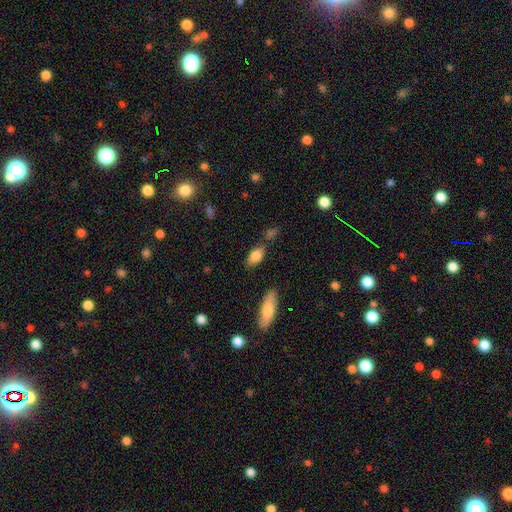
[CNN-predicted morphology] smooth 84%, featured or disk 9%, star or artifact 7%. Down the decision tree: how rounded — in between (89%); merging — none (74%).